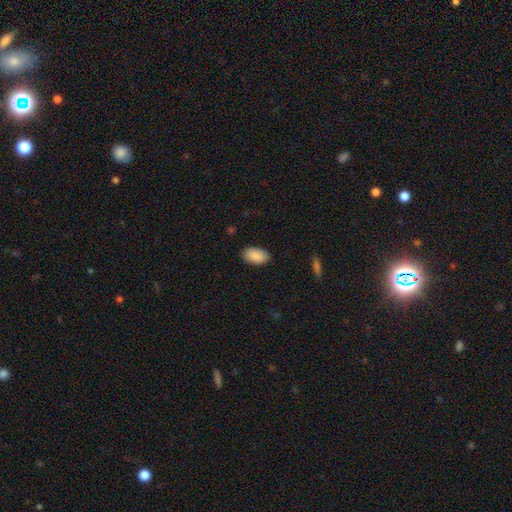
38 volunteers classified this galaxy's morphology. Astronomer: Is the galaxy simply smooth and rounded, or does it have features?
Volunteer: smooth — 84%.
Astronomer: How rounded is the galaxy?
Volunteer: in between — 88%.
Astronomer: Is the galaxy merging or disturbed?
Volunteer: none — 86%.